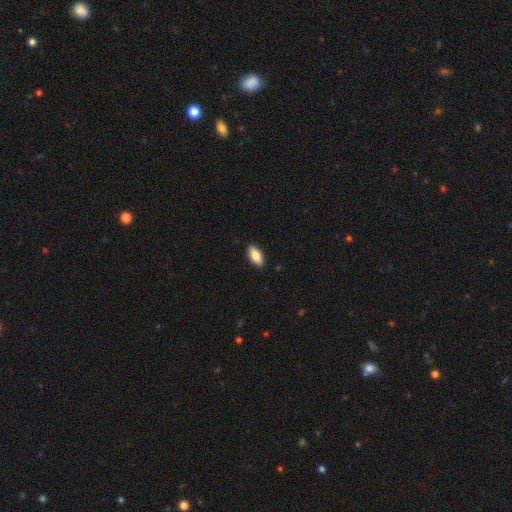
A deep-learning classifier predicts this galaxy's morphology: type=smooth (82%); roundness=in between (88%); merging=none (90%).